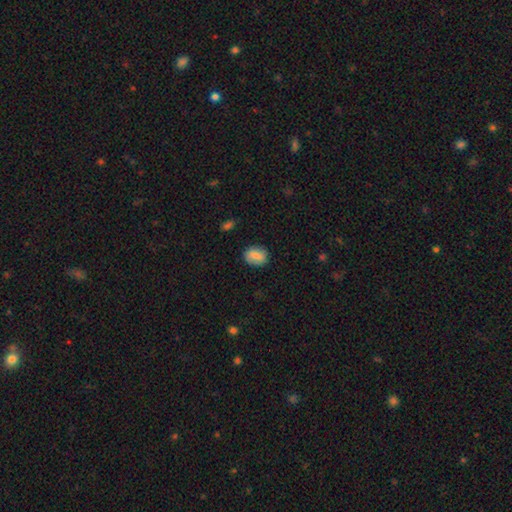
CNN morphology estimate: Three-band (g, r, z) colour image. It shows a smooth galaxy with no disk features (79%) that is in between round and cigar-shaped (60%). Merging: none (84%).